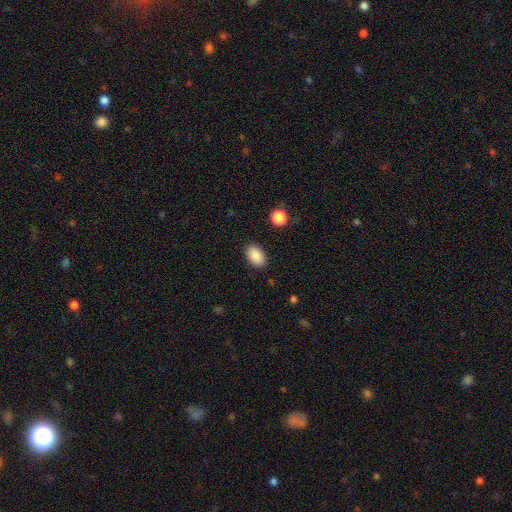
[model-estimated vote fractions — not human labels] Morphology: type=smooth (89%); roundness=in between (90%); merging=none (88%).